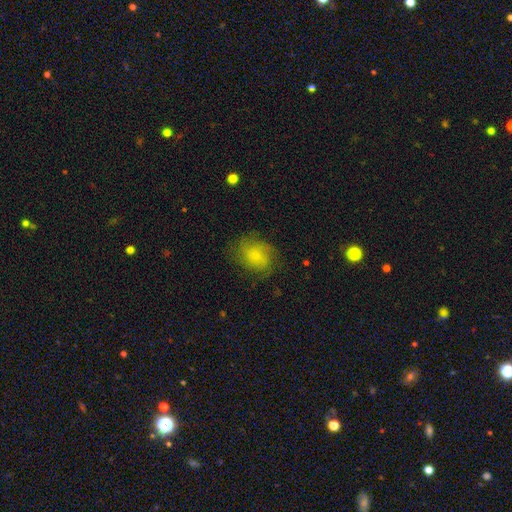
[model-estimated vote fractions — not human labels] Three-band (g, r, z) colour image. It shows a smooth galaxy with no disk features (60%) that is round (53%). Merging: none (67%).